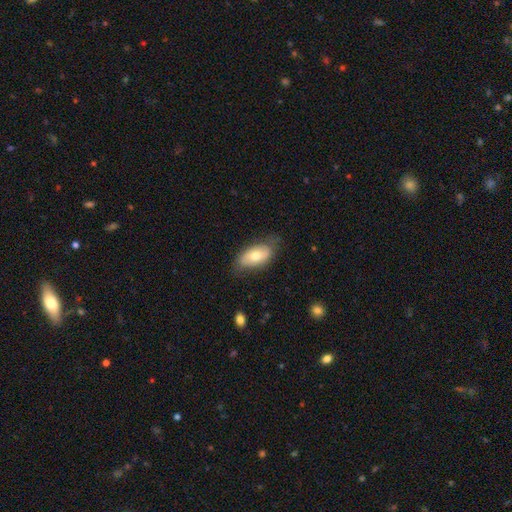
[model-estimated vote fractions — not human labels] A smooth galaxy with no disk features (66%) that is in between round and cigar-shaped (93%).

Vote fractions:
- Smooth or featured? smooth: 66% / featured or disk: 28% / star or artifact: 6%
- How rounded? in between: 93% / round: 4% / cigar-shaped: 3%
- Merging? none: 70% / minor disturbance: 23% / major disturbance: 6% / merger: 1%